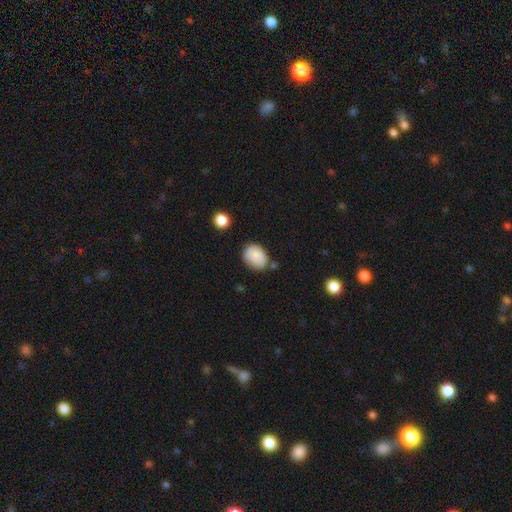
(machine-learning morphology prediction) Q: Smooth or featured?
A: smooth (87%); runner-up: star or artifact (8%)
Q: How rounded?
A: in between (69%); runner-up: round (30%)
Q: Merging?
A: none (66%); runner-up: minor disturbance (23%)